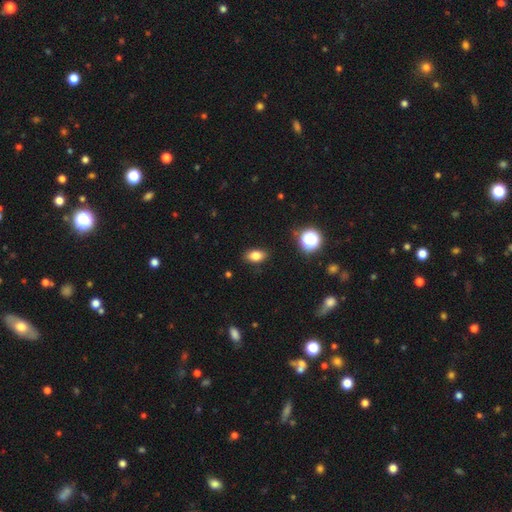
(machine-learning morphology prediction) smooth_or_featured: smooth (p=0.81) [alt: star or artifact p=0.12]
how_rounded: in between (p=0.86) [alt: round p=0.11]
merging: none (p=0.88) [alt: minor disturbance p=0.09]